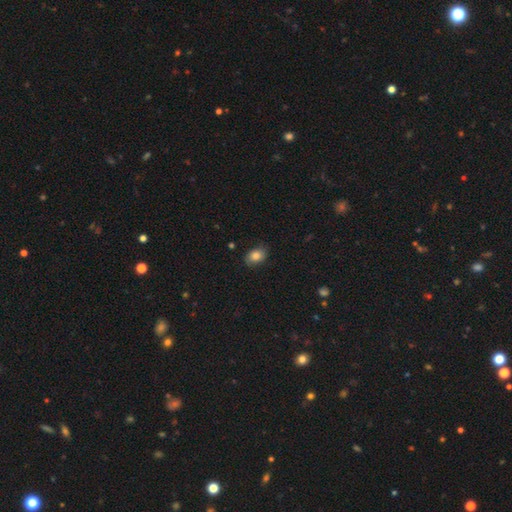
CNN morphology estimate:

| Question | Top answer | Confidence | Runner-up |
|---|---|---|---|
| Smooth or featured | smooth | 83% | featured or disk (9%) |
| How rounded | in between | 73% | round (25%) |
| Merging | none | 79% | minor disturbance (16%) |